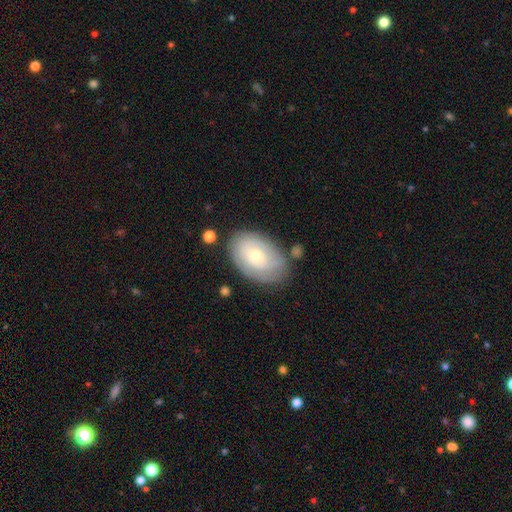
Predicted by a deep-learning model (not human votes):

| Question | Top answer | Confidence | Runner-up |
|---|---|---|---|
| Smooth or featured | smooth | 53% | featured or disk (40%) |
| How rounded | in between | 86% | round (13%) |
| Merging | none | 72% | minor disturbance (19%) |